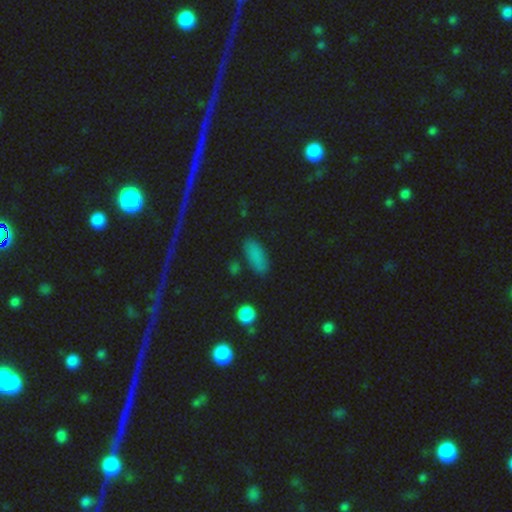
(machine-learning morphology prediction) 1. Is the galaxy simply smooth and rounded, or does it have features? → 81% smooth, 12% star or artifact, 7% featured or disk.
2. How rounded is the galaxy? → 78% in between, 18% cigar-shaped, 4% round.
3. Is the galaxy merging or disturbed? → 81% none, 13% minor disturbance, 3% major disturbance, 3% merger.